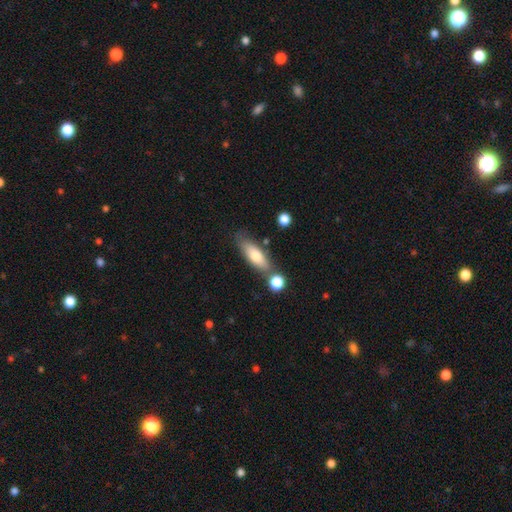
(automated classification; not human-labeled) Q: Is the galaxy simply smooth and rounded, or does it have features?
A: smooth — 70%.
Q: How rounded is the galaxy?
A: in between — 59%.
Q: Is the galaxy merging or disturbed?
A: none — 64%.